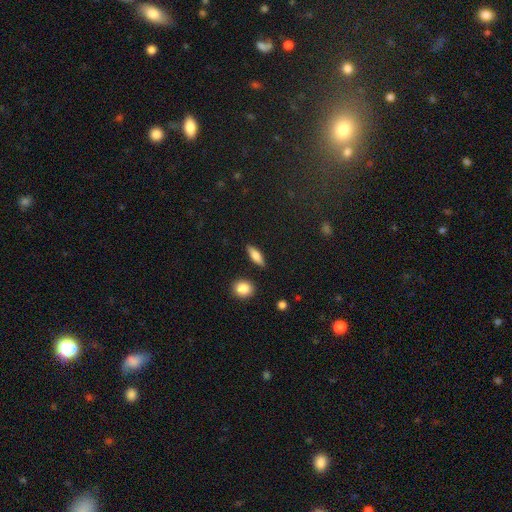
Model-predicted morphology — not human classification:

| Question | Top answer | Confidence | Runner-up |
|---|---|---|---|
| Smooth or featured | smooth | 76% | featured or disk (17%) |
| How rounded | in between | 55% | cigar-shaped (41%) |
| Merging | none | 85% | minor disturbance (10%) |